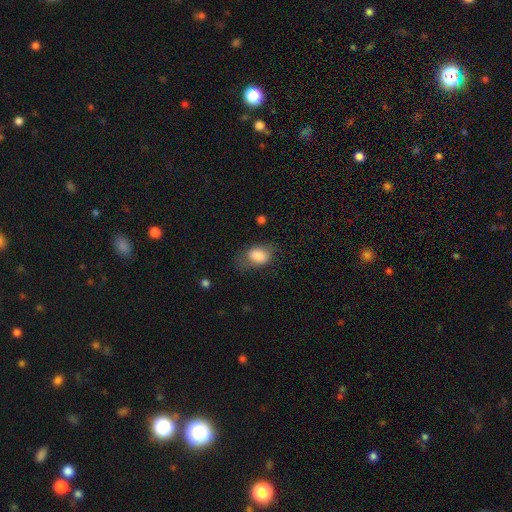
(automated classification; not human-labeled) Smooth or featured? smooth (76%)
How rounded? in between (78%)
Merging? none (55%)